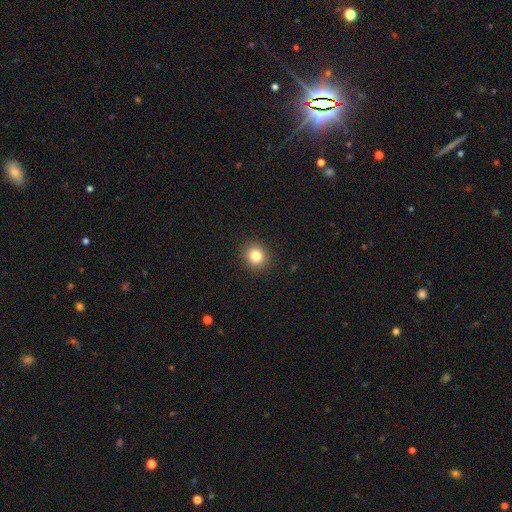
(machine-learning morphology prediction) Smooth or featured? smooth (82%)
How rounded? round (83%)
Merging? none (91%)